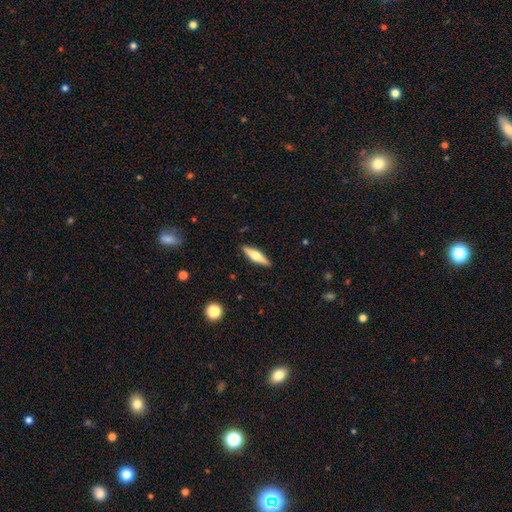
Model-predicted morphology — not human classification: A featured or disk galaxy (53%) viewed edge-on (95%) with a rounded central bulge (90%).

Vote fractions:
- Smooth or featured? featured or disk: 53% / smooth: 41% / star or artifact: 6%
- Edge-on disk? yes: 95% / no: 5%
- Edge-on bulge? rounded: 90% / boxy: 7% / none: 3%
- Merging? none: 90% / minor disturbance: 7% / major disturbance: 2% / merger: 1%